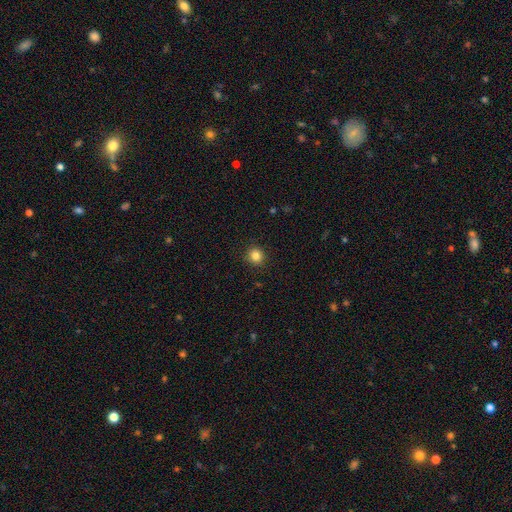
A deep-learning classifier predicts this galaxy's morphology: smooth-or-featured: smooth: 84% | star or artifact: 12% | featured or disk: 5%
  how-rounded: round: 91% | in between: 9% | cigar-shaped: 1%
  merging: none: 92% | minor disturbance: 5% | major disturbance: 2% | merger: 1%